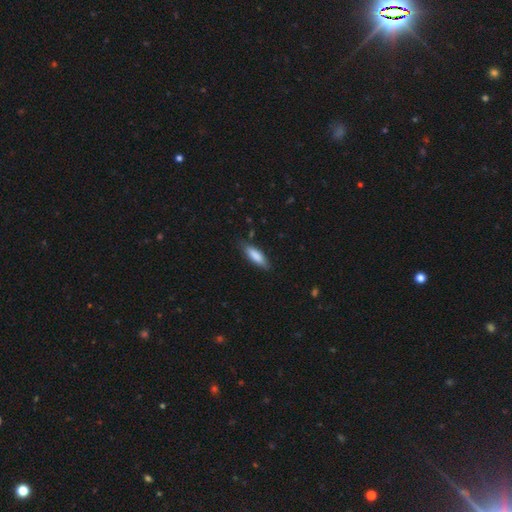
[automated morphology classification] Q: Smooth or featured?
A: smooth (83%); runner-up: featured or disk (11%)
Q: How rounded?
A: cigar-shaped (51%); runner-up: in between (48%)
Q: Merging?
A: none (80%); runner-up: minor disturbance (16%)